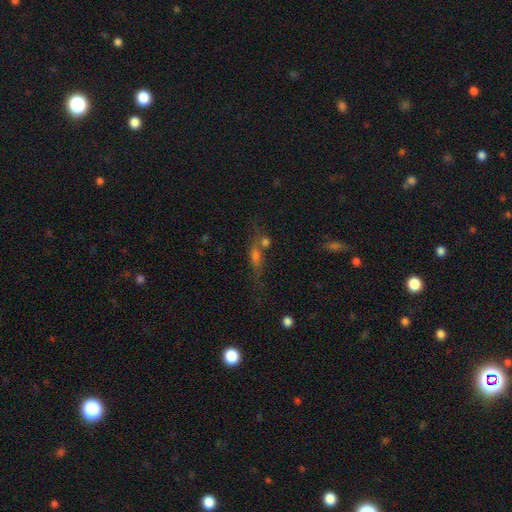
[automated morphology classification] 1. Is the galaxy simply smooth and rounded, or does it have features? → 44% smooth, 33% featured or disk, 23% star or artifact.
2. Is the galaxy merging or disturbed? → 48% none, 26% merger, 15% minor disturbance, 11% major disturbance.